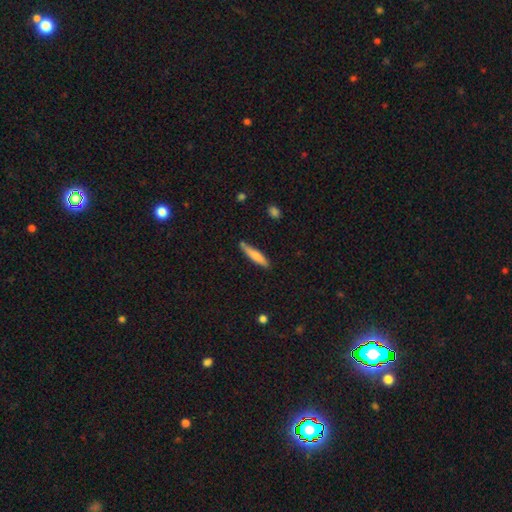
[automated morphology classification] type=smooth (73%); roundness=cigar-shaped (86%); merging=none (75%).